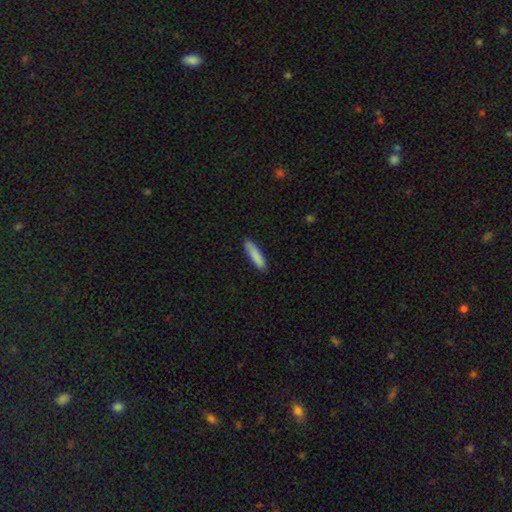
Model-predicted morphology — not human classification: Overall: smooth (87%). How rounded: cigar-shaped (78%). Merging: none (86%).